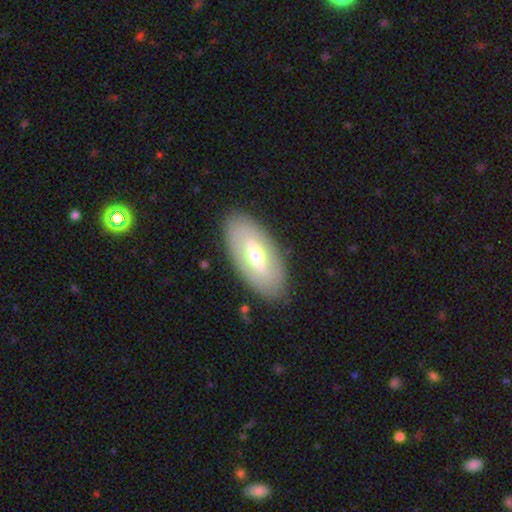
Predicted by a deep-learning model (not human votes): Morphology: type=featured or disk (51%); edge-on=no (83%); merging=none (86%).